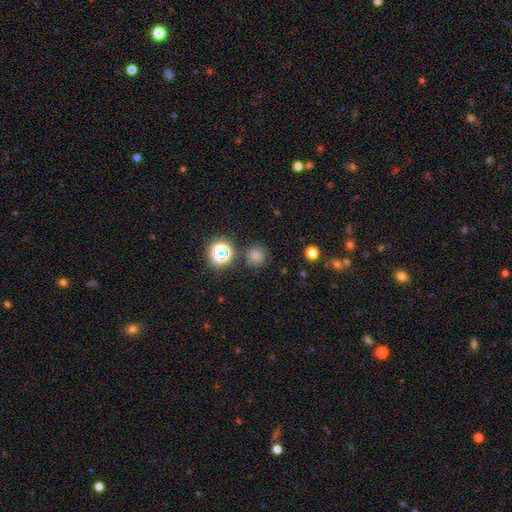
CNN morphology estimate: The model was most divided on "smooth or featured": smooth: 71%, star or artifact: 21%, featured or disk: 8%. More confident: how rounded — round (93%); merging — none (80%).